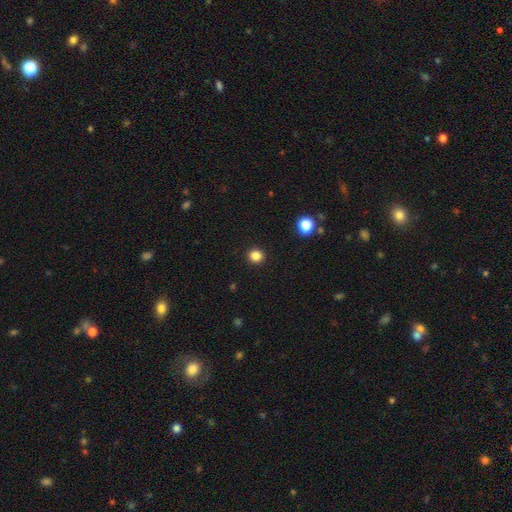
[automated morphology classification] smooth-or-featured: smooth: 85% | star or artifact: 12% | featured or disk: 3%
  how-rounded: round: 89% | in between: 10% | cigar-shaped: 1%
  merging: none: 93% | minor disturbance: 4% | major disturbance: 2% | merger: 1%